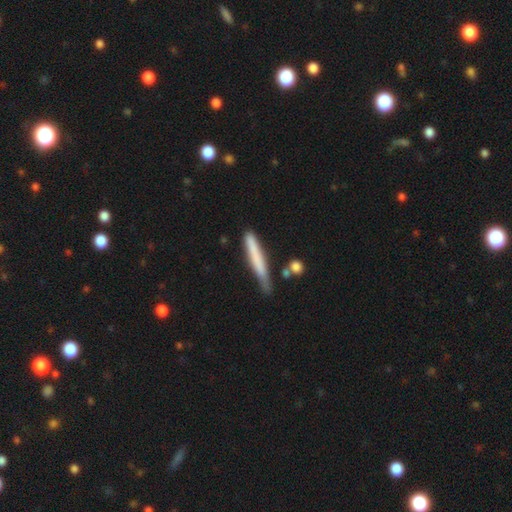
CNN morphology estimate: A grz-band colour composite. It shows a smooth galaxy with no disk features (67%) that is cigar-shaped (95%). Merging: none (69%).